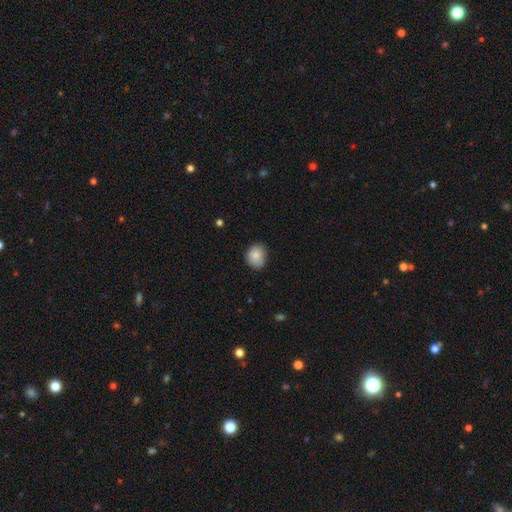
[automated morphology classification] This appears to be a smooth galaxy with no disk features (84%) that is round (65%). Merging: none (73%).